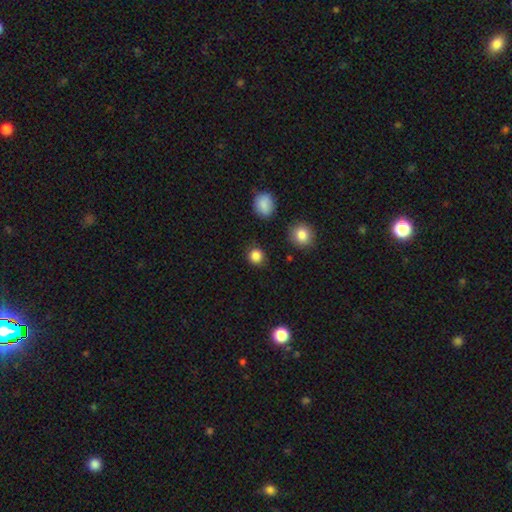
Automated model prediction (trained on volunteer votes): This appears to be a smooth galaxy with no disk features (85%) that is round (87%). Merging: none (86%).